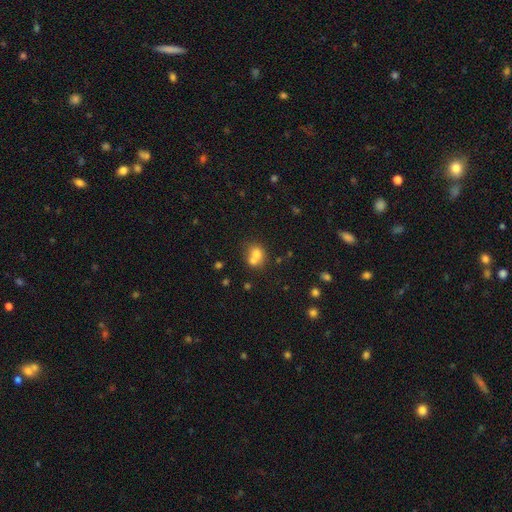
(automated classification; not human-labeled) This is likely a smooth galaxy (70%). How rounded: likely round (63%). Merging: possibly merger (56%).